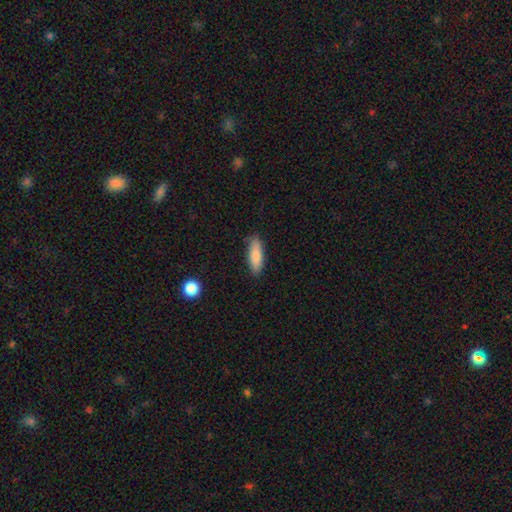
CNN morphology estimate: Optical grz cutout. It shows a smooth galaxy with no disk features (86%) that is in between round and cigar-shaped (51%). Merging: none (84%).